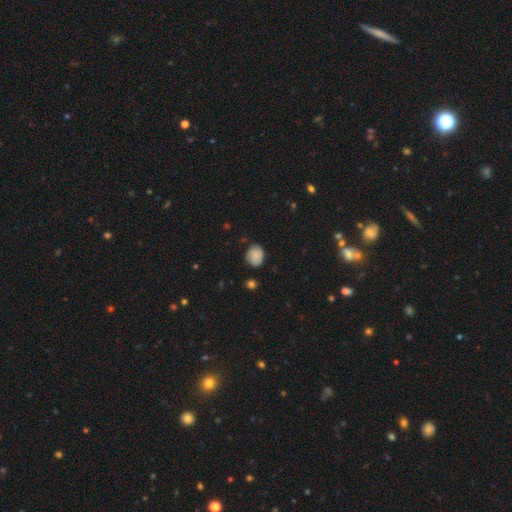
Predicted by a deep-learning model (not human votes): Morphology: type=smooth (77%); roundness=round (59%); merging=none (70%).